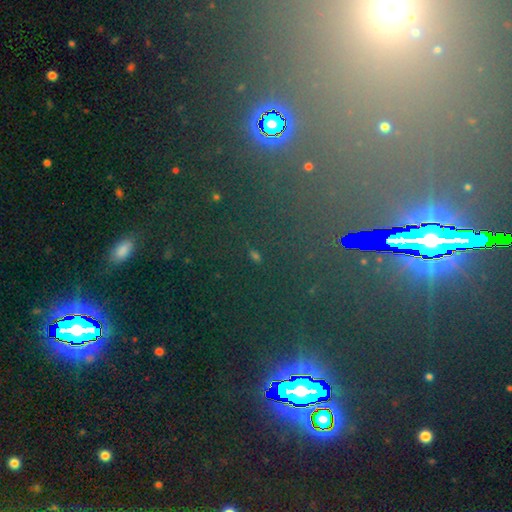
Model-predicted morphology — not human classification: Smooth or featured? Predicted: star or artifact (p=0.63).